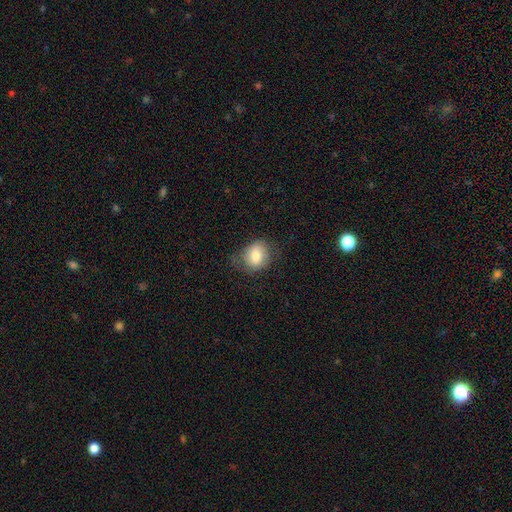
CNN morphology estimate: Smooth or featured: smooth — 75% (featured or disk — 17%)
How rounded: round — 54% (in between — 46%)
Merging: none — 62% (minor disturbance — 25%)